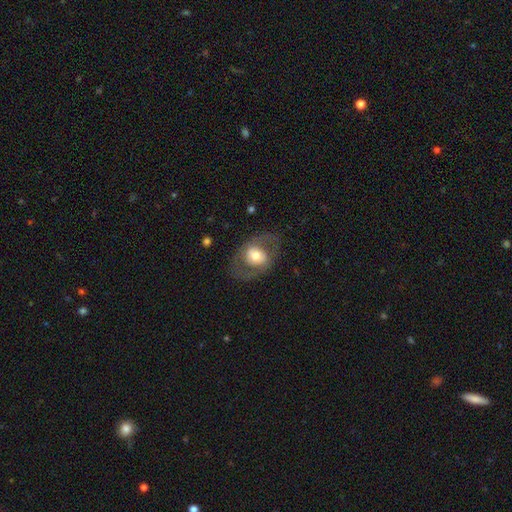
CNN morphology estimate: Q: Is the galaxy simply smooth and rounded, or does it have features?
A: featured or disk — 51%.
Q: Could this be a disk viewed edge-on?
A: no — 93%.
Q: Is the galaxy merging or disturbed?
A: none — 70%.